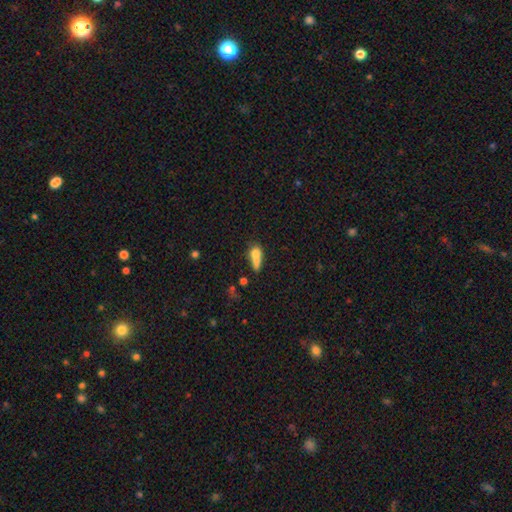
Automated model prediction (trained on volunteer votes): Overall: smooth (68%). How rounded: in between (51%; cigar-shaped 28%). Merging: merger (35%; none 31%).